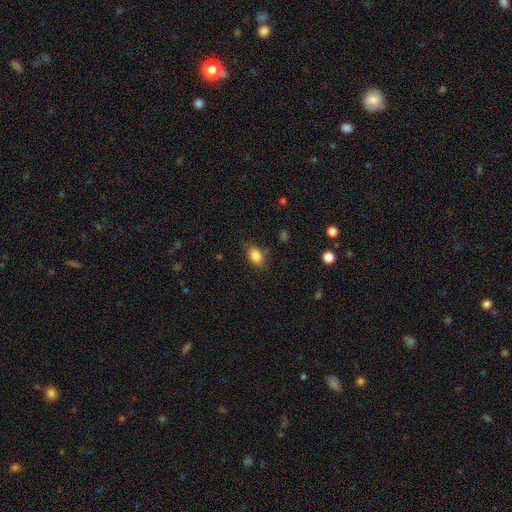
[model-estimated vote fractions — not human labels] Smooth or featured? smooth (86%)
How rounded? in between (82%)
Merging? none (80%)